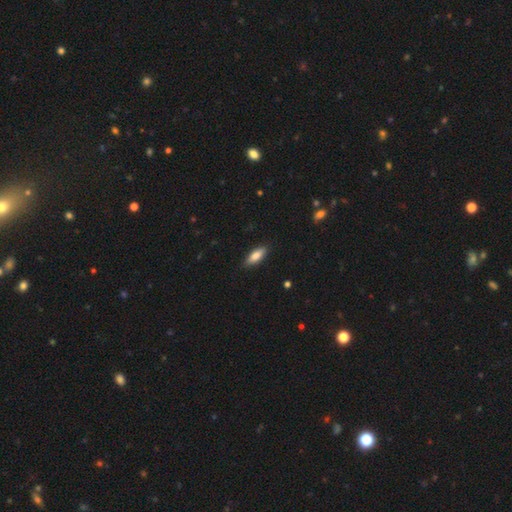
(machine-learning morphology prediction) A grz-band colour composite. It shows a smooth galaxy with no disk features (80%) that is in between round and cigar-shaped (66%). Merging: none (87%).